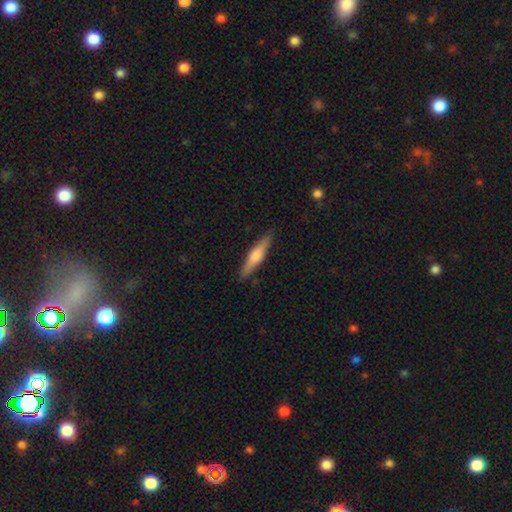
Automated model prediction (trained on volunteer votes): Smooth or featured?
  - featured or disk: 51% *
  - smooth: 43%
  - star or artifact: 6%
Edge-on disk?
  - yes: 96% *
  - no: 4%
Merging?
  - none: 90% *
  - minor disturbance: 8%
  - major disturbance: 2%
  - merger: 1%